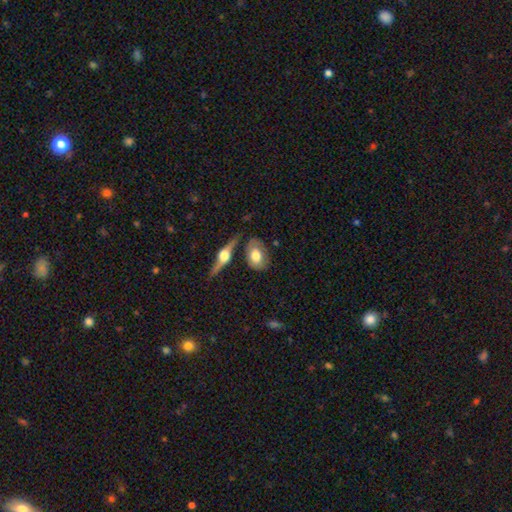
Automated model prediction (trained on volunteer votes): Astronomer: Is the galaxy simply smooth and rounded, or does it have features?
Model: smooth — 58% (runner-up: featured or disk, 36%).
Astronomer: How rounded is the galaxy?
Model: in between — 82%.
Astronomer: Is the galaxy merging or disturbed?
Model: none — 64%.